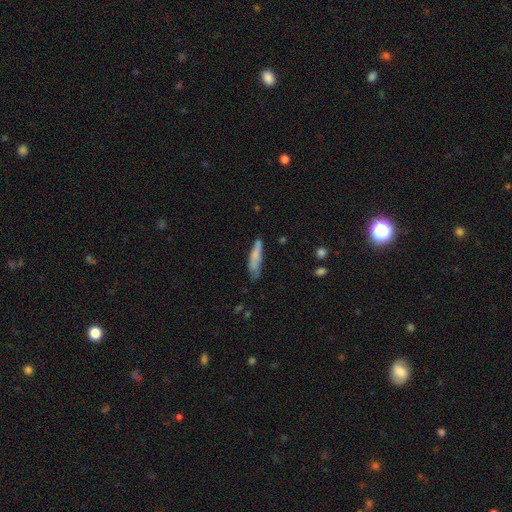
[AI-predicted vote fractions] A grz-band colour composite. It shows a smooth galaxy with no disk features (73%) that is cigar-shaped (81%). Merging: none (59%).